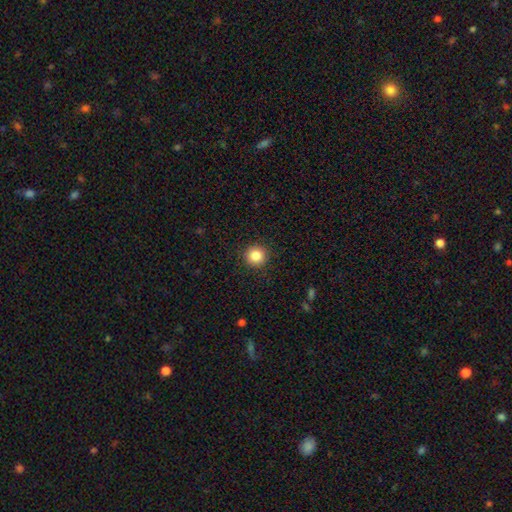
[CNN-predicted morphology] Smooth or featured? Predicted: smooth (p=0.86). How rounded? Predicted: round (p=0.93). Merging? Predicted: none (p=0.91).